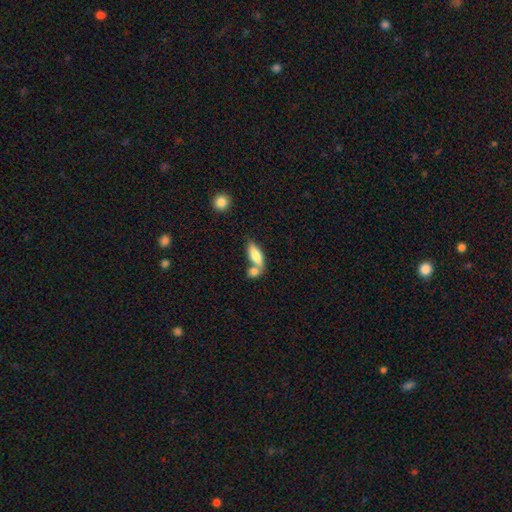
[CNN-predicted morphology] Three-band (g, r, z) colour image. It shows a smooth galaxy with no disk features (78%) that is in between round and cigar-shaped (73%). Merging: merger (51%).